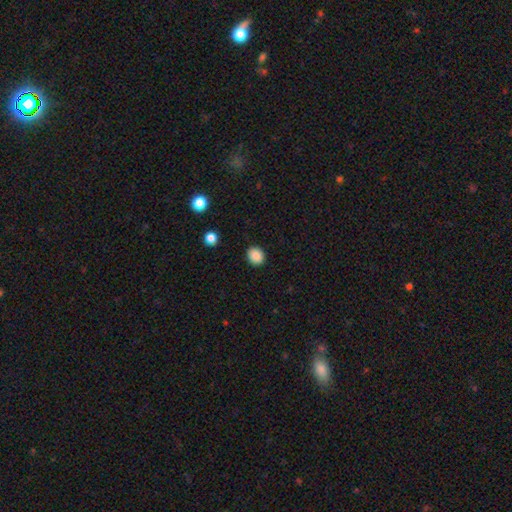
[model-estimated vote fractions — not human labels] smooth-or-featured: smooth: 88% | star or artifact: 9% | featured or disk: 3%
  how-rounded: round: 66% | in between: 33% | cigar-shaped: 1%
  merging: none: 91% | minor disturbance: 6% | major disturbance: 2% | merger: 1%